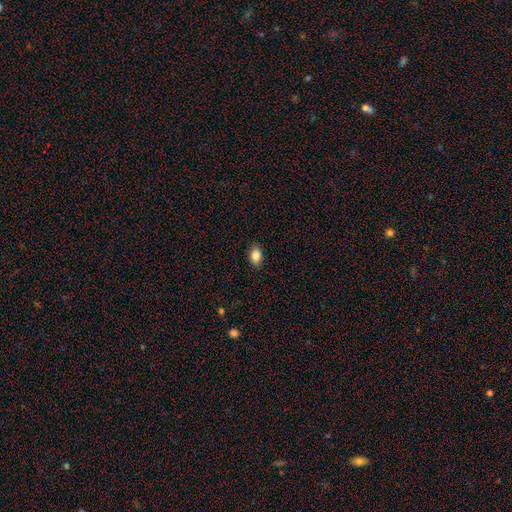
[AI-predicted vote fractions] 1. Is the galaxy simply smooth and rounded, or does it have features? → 86% smooth, 9% star or artifact, 6% featured or disk.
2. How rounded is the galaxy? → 82% in between, 17% round, 2% cigar-shaped.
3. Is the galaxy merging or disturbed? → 86% none, 11% minor disturbance, 2% major disturbance, 1% merger.